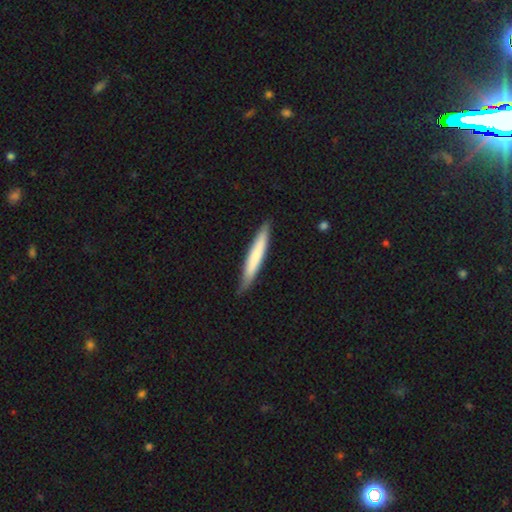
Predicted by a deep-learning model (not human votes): Morphology: type=smooth (71%); roundness=cigar-shaped (94%); merging=none (86%).